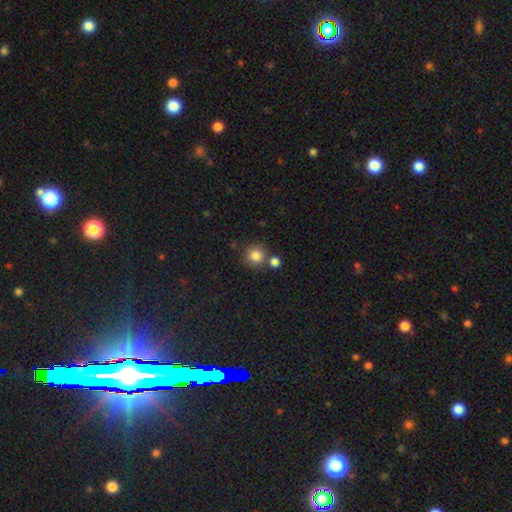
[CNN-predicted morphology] This appears to be a smooth galaxy with no disk features (83%) that is round (92%). Merging: none (71%).